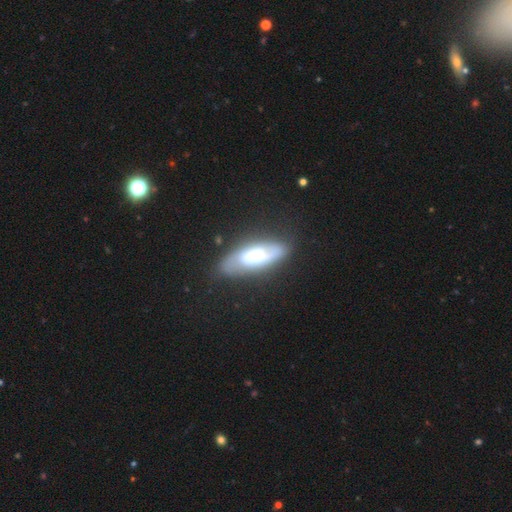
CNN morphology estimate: This appears to be a featured or disk galaxy (58%). Merging: none (70%).